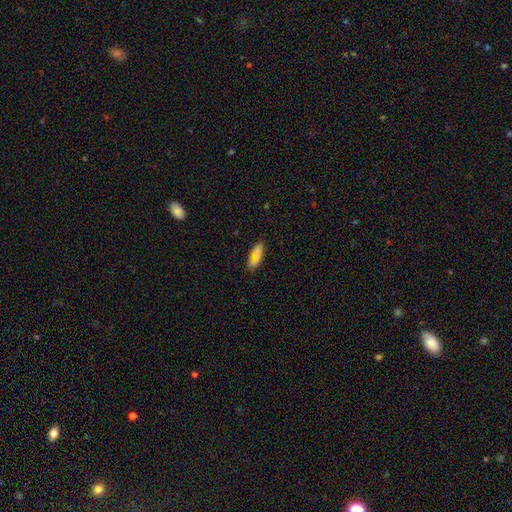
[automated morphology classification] smooth-or-featured: smooth: 56% | featured or disk: 32% | star or artifact: 12%
  how-rounded: in between: 80% | cigar-shaped: 16% | round: 4%
  merging: none: 71% | minor disturbance: 19% | major disturbance: 7% | merger: 3%